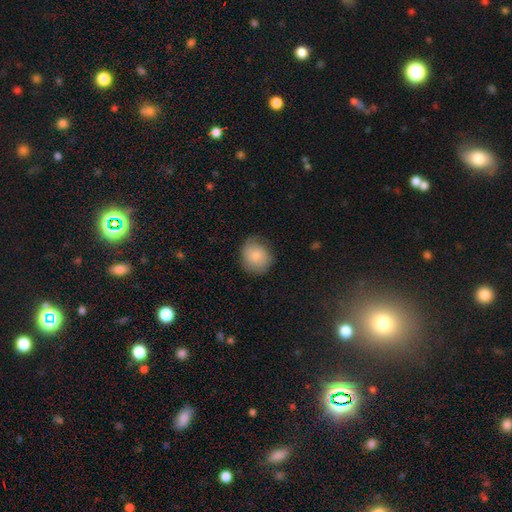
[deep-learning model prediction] Morphology: type=smooth (75%); roundness=round (75%); merging=none (69%).